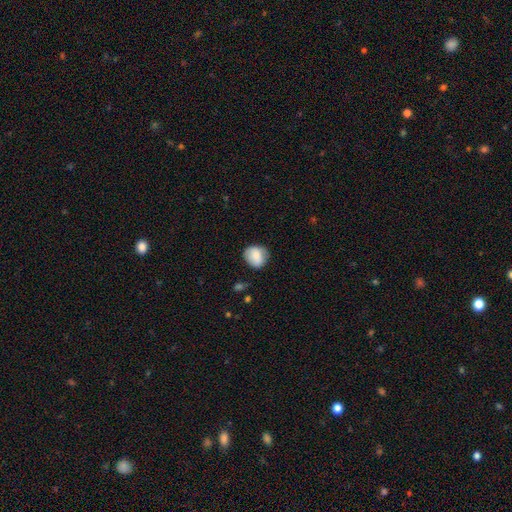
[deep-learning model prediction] smooth 80%, featured or disk 12%, star or artifact 7%. Down the decision tree: how rounded — round (72%); merging — none (69%).